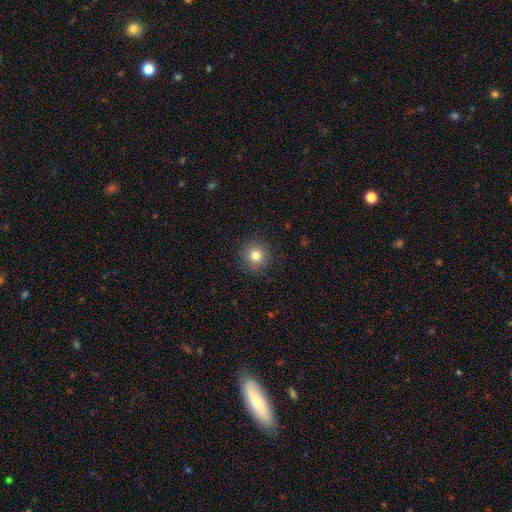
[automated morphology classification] smooth-or-featured: smooth: 80% | star or artifact: 13% | featured or disk: 7%
  how-rounded: round: 95% | in between: 5% | cigar-shaped: 1%
  merging: none: 90% | minor disturbance: 6% | major disturbance: 2% | merger: 1%